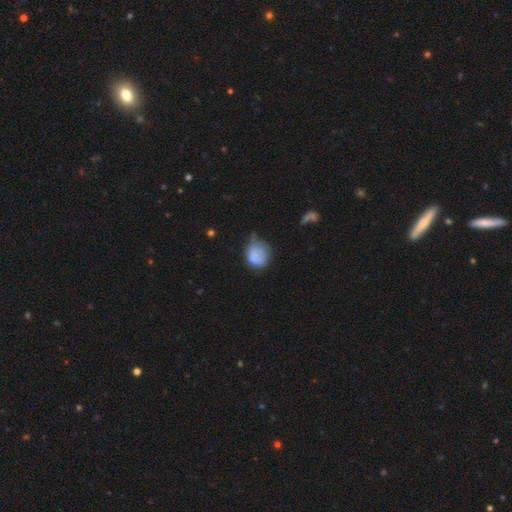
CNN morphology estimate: This is likely a smooth galaxy (72%). How rounded: likely round (66%). Merging: marginally minor disturbance (41%).